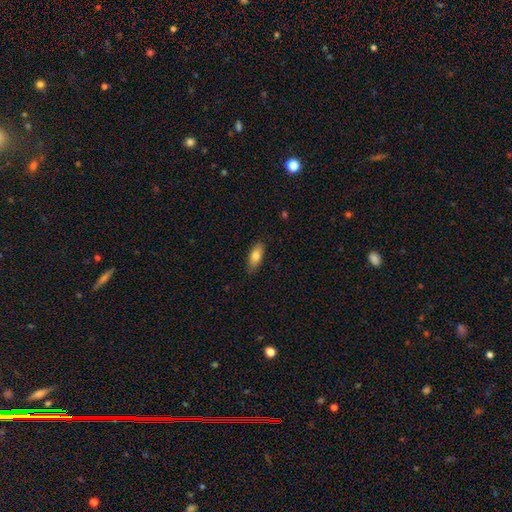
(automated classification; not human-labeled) smooth_or_featured: smooth (p=0.78) [alt: featured or disk p=0.15]
how_rounded: in between (p=0.79) [alt: cigar-shaped p=0.18]
merging: none (p=0.86) [alt: minor disturbance p=0.11]